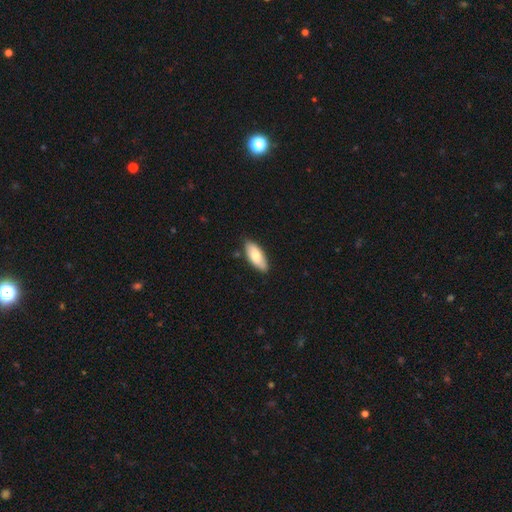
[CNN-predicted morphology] smooth-or-featured: smooth: 73% | featured or disk: 21% | star or artifact: 6%
  how-rounded: in between: 81% | cigar-shaped: 16% | round: 2%
  merging: none: 84% | minor disturbance: 12% | major disturbance: 2% | merger: 2%